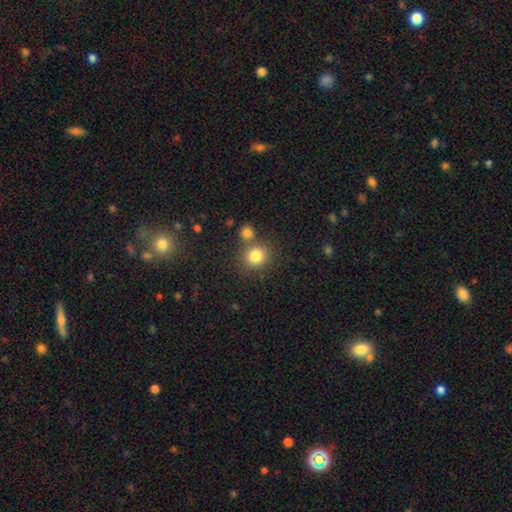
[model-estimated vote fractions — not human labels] Q: Smooth or featured?
A: smooth (82%); runner-up: star or artifact (11%)
Q: How rounded?
A: round (84%); runner-up: in between (15%)
Q: Merging?
A: none (65%); runner-up: merger (23%)